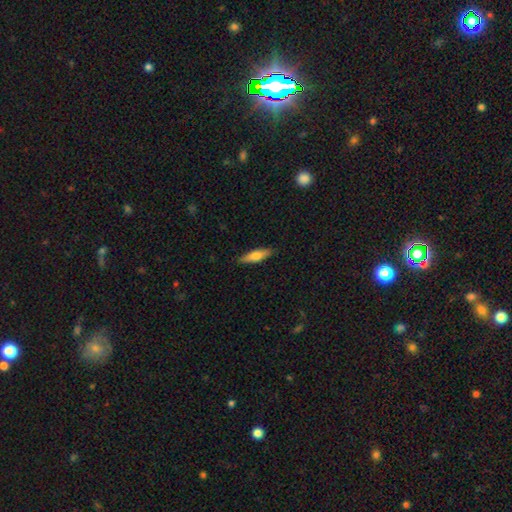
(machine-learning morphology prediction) Smooth or featured?
  - smooth: 63% *
  - featured or disk: 31%
  - star or artifact: 6%
How rounded?
  - cigar-shaped: 62% *
  - in between: 36%
  - round: 2%
Merging?
  - none: 88% *
  - minor disturbance: 9%
  - major disturbance: 2%
  - merger: 1%